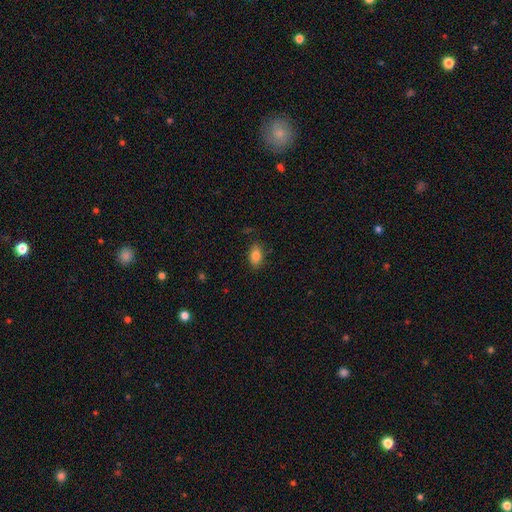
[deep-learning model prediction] The model was most divided on "merging": none: 81%, minor disturbance: 14%, major disturbance: 3%, merger: 2%. More confident: how rounded — in between (89%); smooth or featured — smooth (83%).